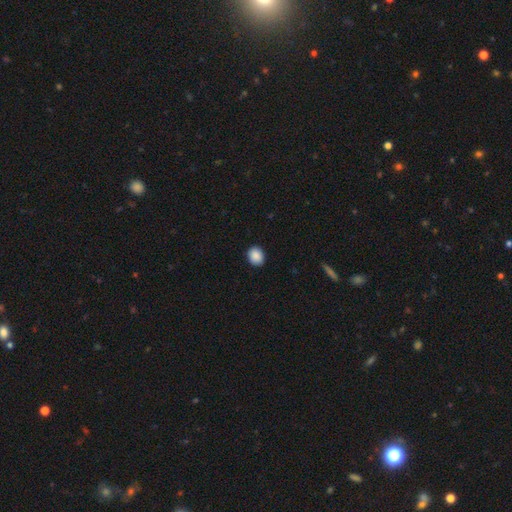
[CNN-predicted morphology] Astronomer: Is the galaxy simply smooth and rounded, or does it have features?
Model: smooth — 90%.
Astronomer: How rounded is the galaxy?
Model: round — 59% (runner-up: in between, 40%).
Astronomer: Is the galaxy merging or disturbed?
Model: none — 90%.